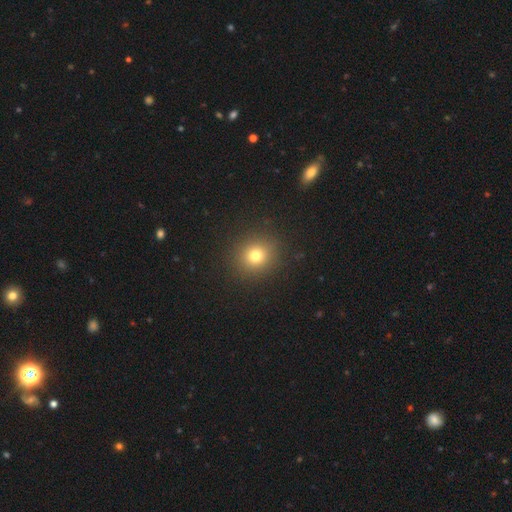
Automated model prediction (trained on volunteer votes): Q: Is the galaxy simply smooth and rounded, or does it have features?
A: smooth — 76%.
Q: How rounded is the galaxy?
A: round — 86%.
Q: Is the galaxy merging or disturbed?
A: none — 90%.